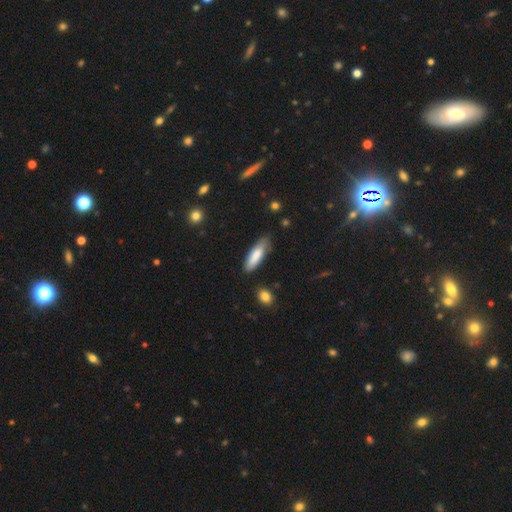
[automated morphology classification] smooth 81%, featured or disk 14%, star or artifact 6%. Down the decision tree: how rounded — cigar-shaped (54%); merging — none (78%).